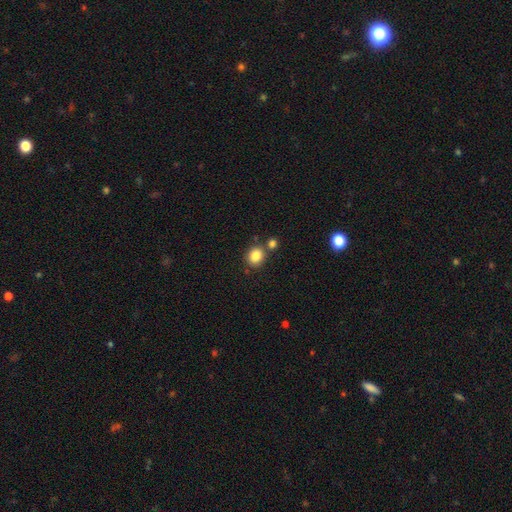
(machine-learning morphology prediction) smooth-or-featured: smooth: 85% | star or artifact: 10% | featured or disk: 5%
  how-rounded: round: 71% | in between: 28% | cigar-shaped: 1%
  merging: none: 71% | merger: 16% | minor disturbance: 10% | major disturbance: 3%